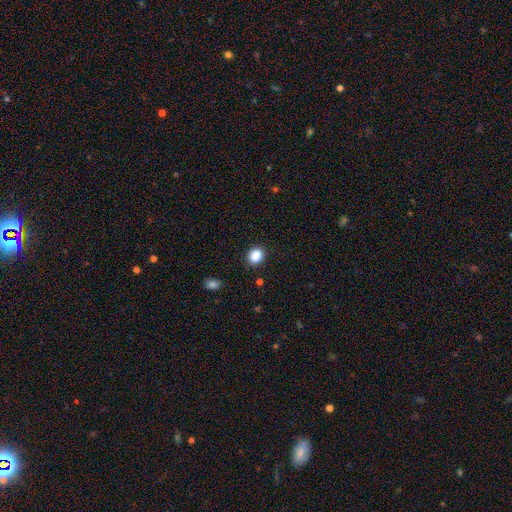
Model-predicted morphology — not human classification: smooth 87%, star or artifact 10%, featured or disk 3%. Down the decision tree: how rounded — round (62%); merging — none (88%).